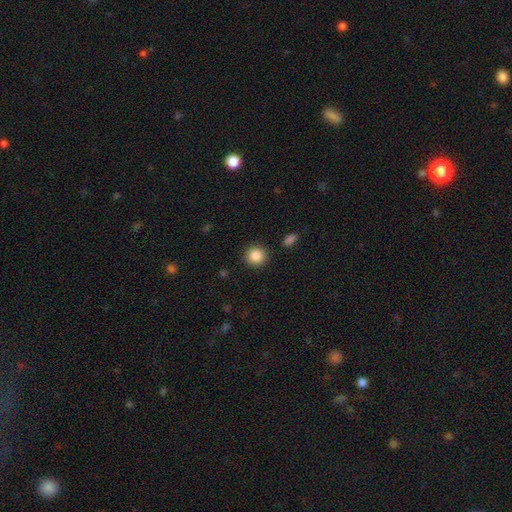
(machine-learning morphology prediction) type=smooth (87%); roundness=round (92%); merging=none (90%).